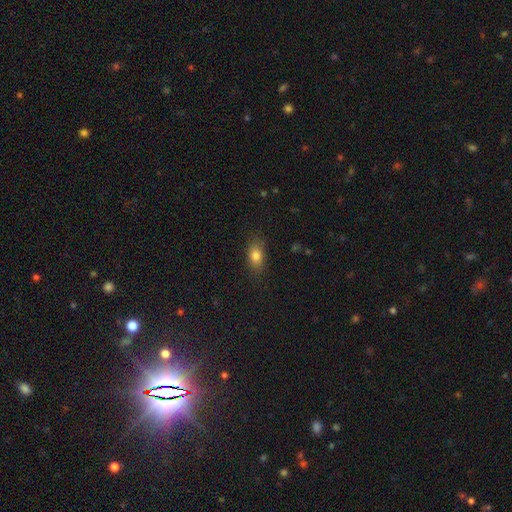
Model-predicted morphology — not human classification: This appears to be a smooth galaxy with no disk features (81%) that is in between round and cigar-shaped (83%). Merging: none (83%).